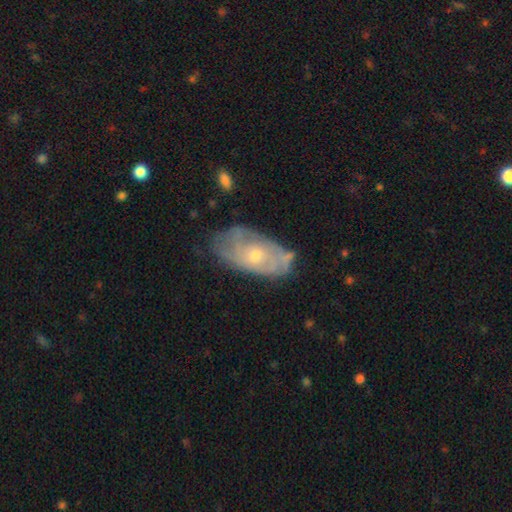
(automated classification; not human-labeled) Overall: featured or disk (69%). Edge-on disk: no (93%). Bar: no (79%). Spiral arms: yes (78%). Spiral arm count: can't tell (53%; 2 21%). Spiral winding: tight (57%; medium 31%). Bulge size: small (57%; moderate 39%). Merging: none (62%; minor disturbance 27%).